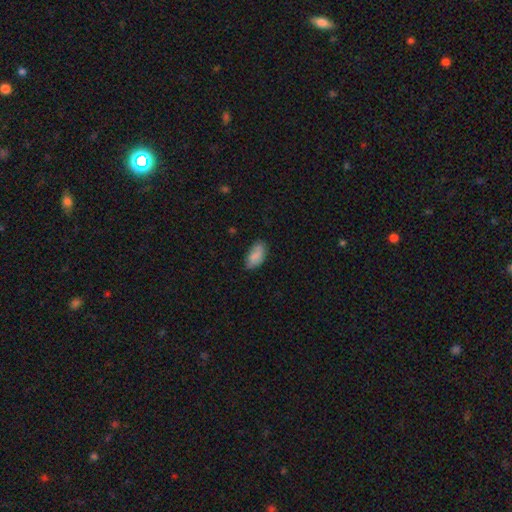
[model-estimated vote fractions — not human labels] Smooth or featured? Predicted: smooth (p=0.87). How rounded? Predicted: in between (p=0.93). Merging? Predicted: none (p=0.69).